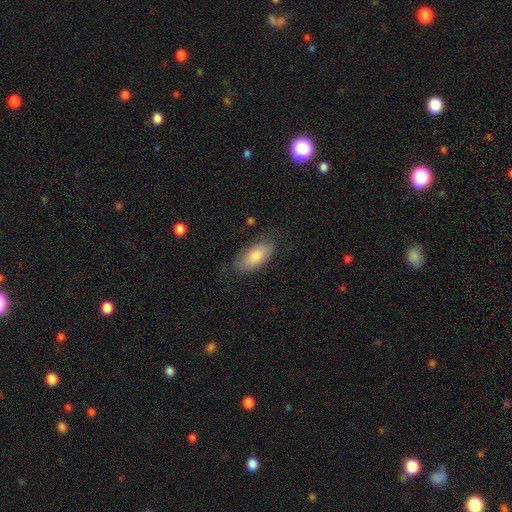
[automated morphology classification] Q: Smooth or featured?
A: smooth (77%); runner-up: featured or disk (17%)
Q: How rounded?
A: in between (92%); runner-up: cigar-shaped (5%)
Q: Merging?
A: none (74%); runner-up: minor disturbance (19%)